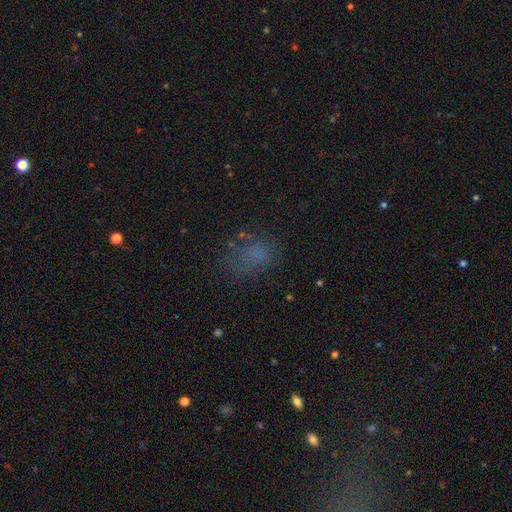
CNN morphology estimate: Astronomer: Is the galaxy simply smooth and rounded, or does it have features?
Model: smooth — 58%.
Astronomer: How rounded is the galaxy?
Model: in between — 67%.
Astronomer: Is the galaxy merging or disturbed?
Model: none — 59%.